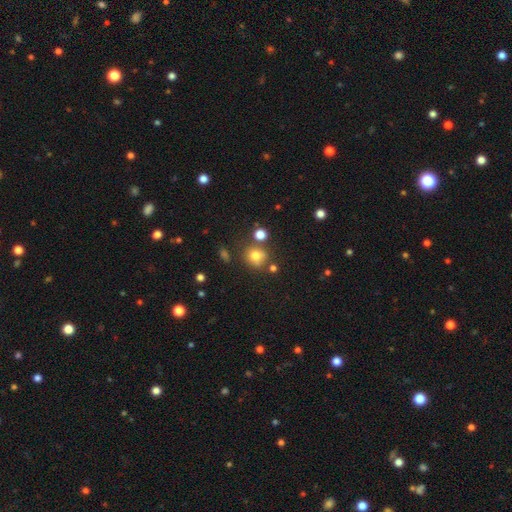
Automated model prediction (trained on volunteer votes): Smooth or featured?
  - smooth: 76% *
  - star or artifact: 15%
  - featured or disk: 9%
How rounded?
  - round: 81% *
  - in between: 18%
  - cigar-shaped: 1%
Merging?
  - none: 69% *
  - minor disturbance: 14%
  - merger: 12%
  - major disturbance: 5%